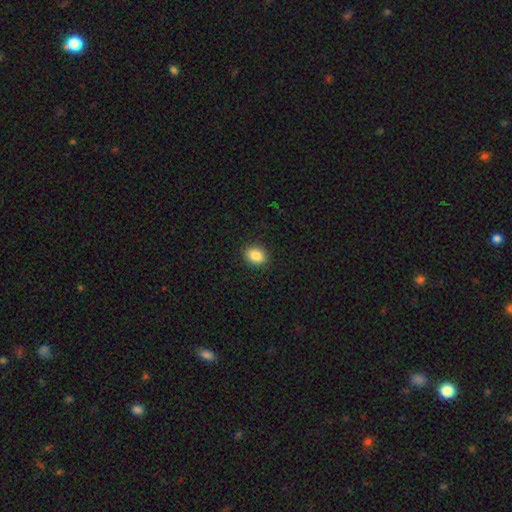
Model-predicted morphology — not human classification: A smooth galaxy with no disk features (86%) that is in between round and cigar-shaped (59%). Merging: none (90%).